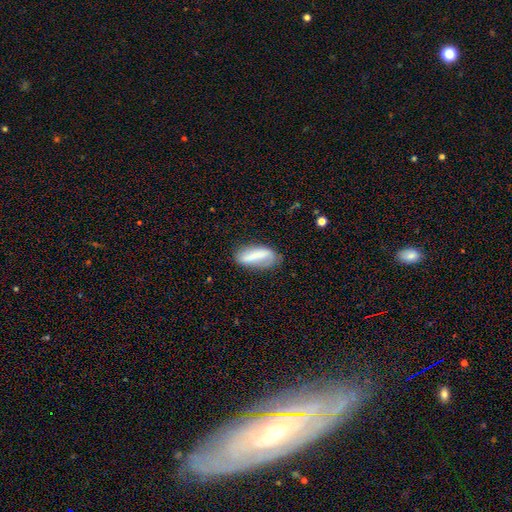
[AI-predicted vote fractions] Smooth or featured: smooth — 59% (featured or disk — 33%)
How rounded: in between — 70% (cigar-shaped — 27%)
Merging: none — 65% (minor disturbance — 24%)